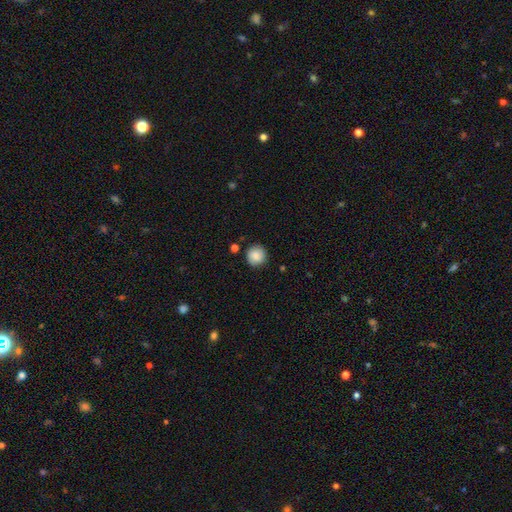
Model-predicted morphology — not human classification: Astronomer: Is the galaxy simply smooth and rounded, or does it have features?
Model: smooth — 85%.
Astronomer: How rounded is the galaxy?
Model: round — 93%.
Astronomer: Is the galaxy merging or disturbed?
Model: none — 87%.